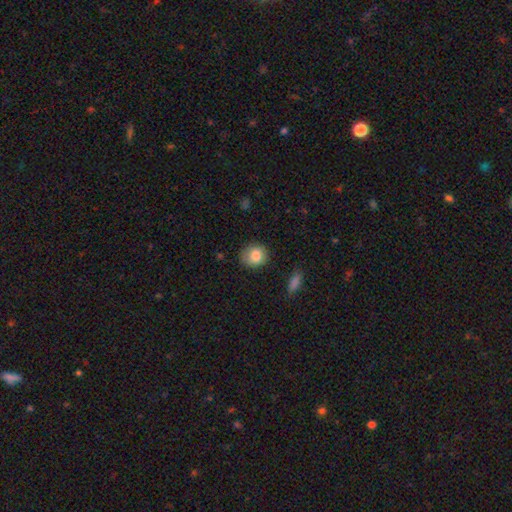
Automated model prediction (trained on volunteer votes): Smooth or featured? smooth (83%)
How rounded? round (75%)
Merging? none (79%)